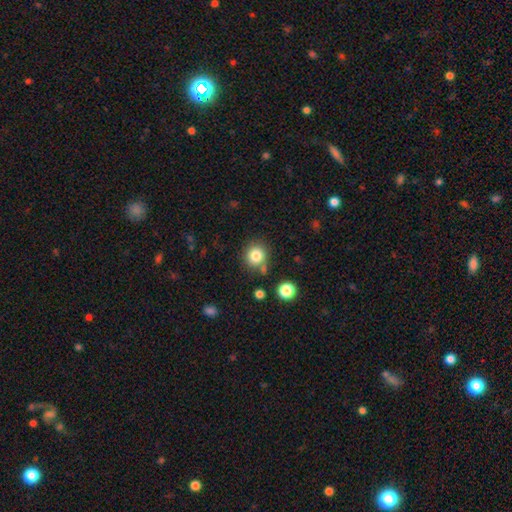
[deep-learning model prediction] Morphology: type=smooth (82%); roundness=round (89%); merging=none (77%).